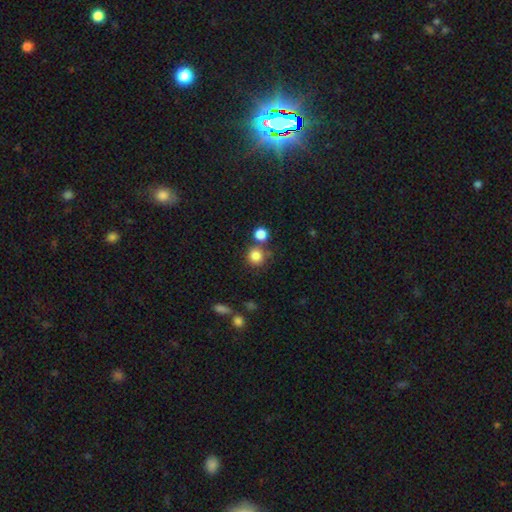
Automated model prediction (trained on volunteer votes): Smooth or featured?
  - smooth: 83% *
  - star or artifact: 12%
  - featured or disk: 5%
How rounded?
  - round: 90% *
  - in between: 9%
  - cigar-shaped: 1%
Merging?
  - none: 70% *
  - merger: 17%
  - minor disturbance: 9%
  - major disturbance: 3%